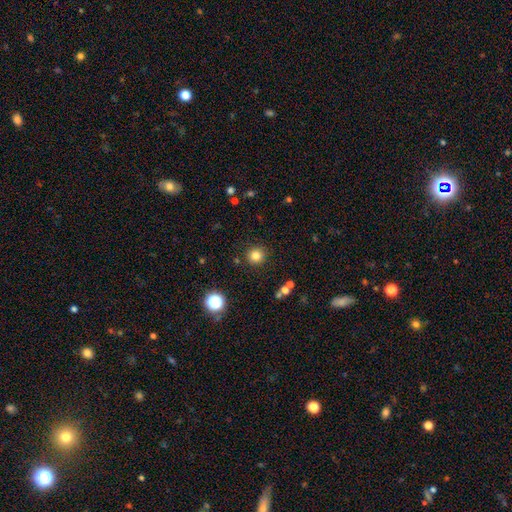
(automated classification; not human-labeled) smooth 81%, star or artifact 14%, featured or disk 5%. Down the decision tree: how rounded — round (93%); merging — none (89%).